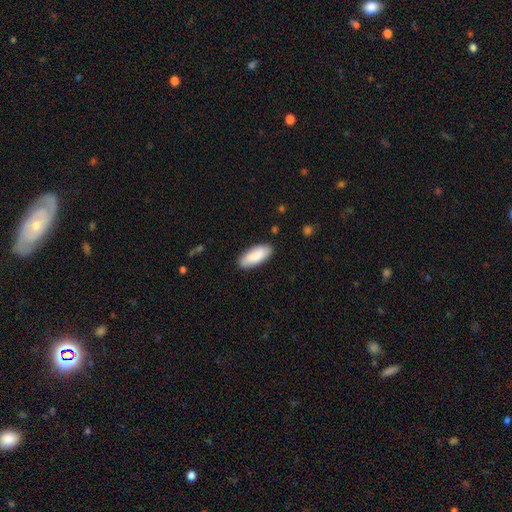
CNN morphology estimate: A smooth galaxy with no disk features (87%) that is in between round and cigar-shaped (82%). Merging: none (87%).